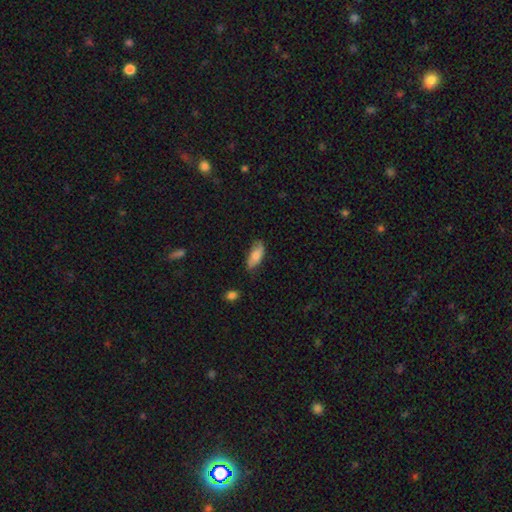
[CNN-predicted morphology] Q: Smooth or featured?
A: smooth (76%); runner-up: featured or disk (17%)
Q: How rounded?
A: in between (82%); runner-up: cigar-shaped (16%)
Q: Merging?
A: none (65%); runner-up: minor disturbance (28%)